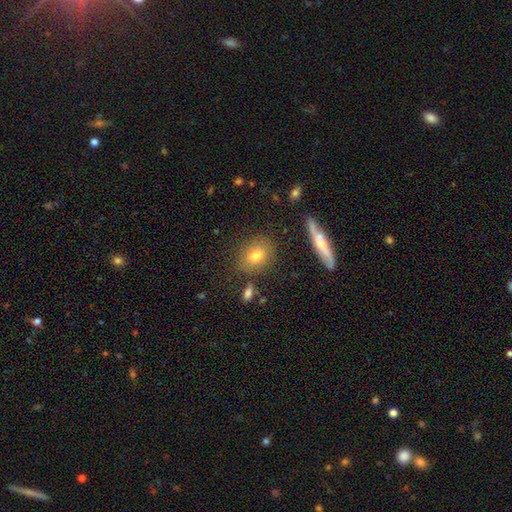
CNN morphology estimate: Q: Smooth or featured?
A: smooth (75%); runner-up: featured or disk (14%)
Q: How rounded?
A: in between (56%); runner-up: round (41%)
Q: Merging?
A: none (80%); runner-up: minor disturbance (12%)